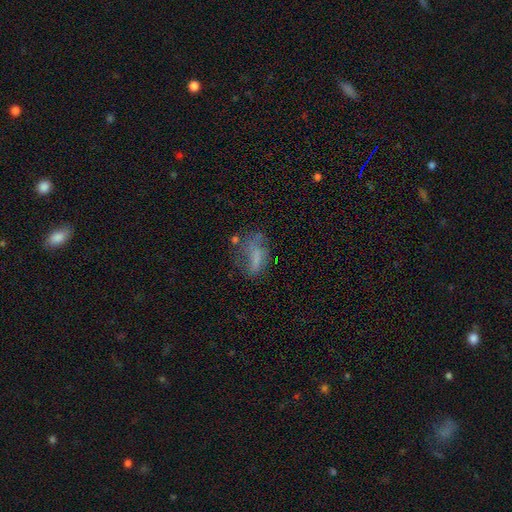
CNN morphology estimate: Smooth or featured? Predicted: smooth (p=0.49). Merging? Predicted: none (p=0.38).